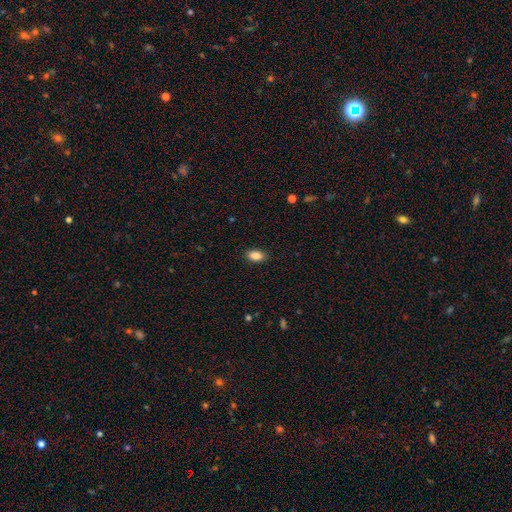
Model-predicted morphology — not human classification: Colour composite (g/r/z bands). It shows a smooth galaxy with no disk features (87%) that is in between round and cigar-shaped (91%). Merging: none (88%).